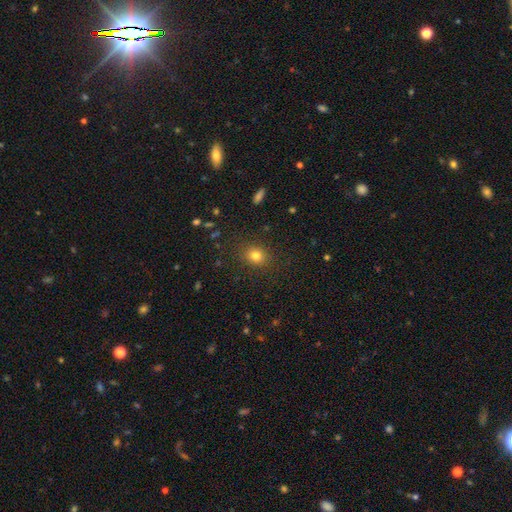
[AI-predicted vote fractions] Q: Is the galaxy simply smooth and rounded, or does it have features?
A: smooth — 79%.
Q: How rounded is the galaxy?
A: round — 63%.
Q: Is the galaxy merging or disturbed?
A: none — 86%.